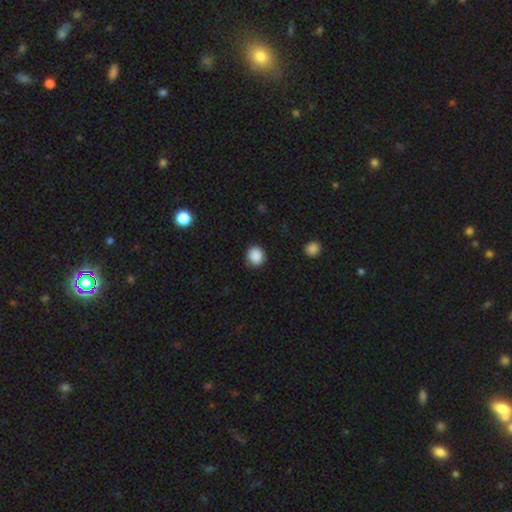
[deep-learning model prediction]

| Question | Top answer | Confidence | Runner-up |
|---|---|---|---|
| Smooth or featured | smooth | 88% | star or artifact (9%) |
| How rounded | round | 85% | in between (14%) |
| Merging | none | 88% | minor disturbance (9%) |